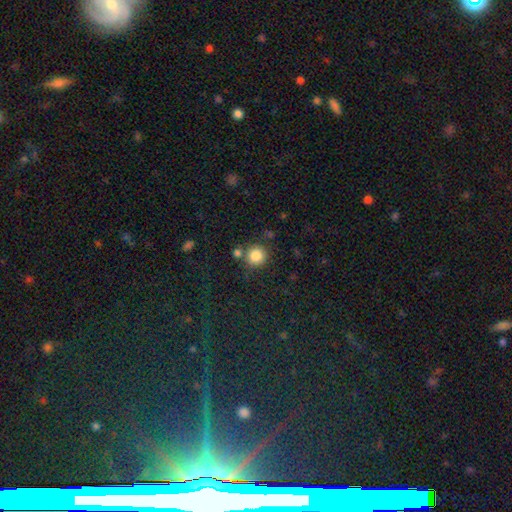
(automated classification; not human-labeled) Smooth or featured? smooth (85%)
How rounded? round (92%)
Merging? none (75%)